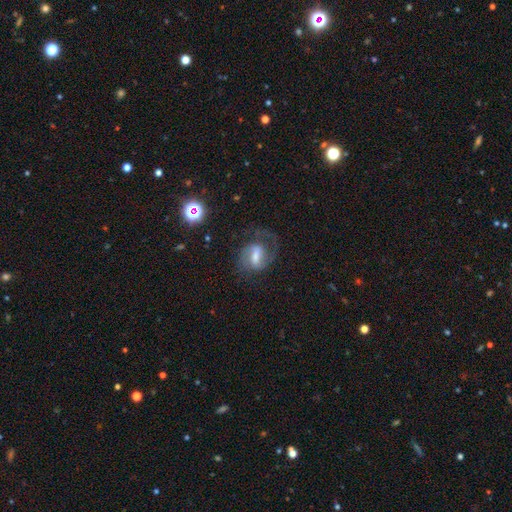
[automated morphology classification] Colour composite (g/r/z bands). It shows a featured or disk galaxy (78%) with a weak bar (49%), 2 (84%) medium (56%) spiral arms (94%) and a moderate central bulge (45%). Merging: none (67%).